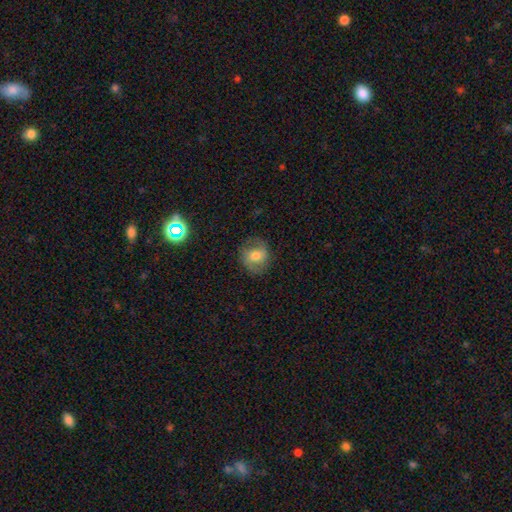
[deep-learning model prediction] smooth_or_featured: smooth (p=0.49) [alt: featured or disk p=0.41]
merging: none (p=0.80) [alt: minor disturbance p=0.14]